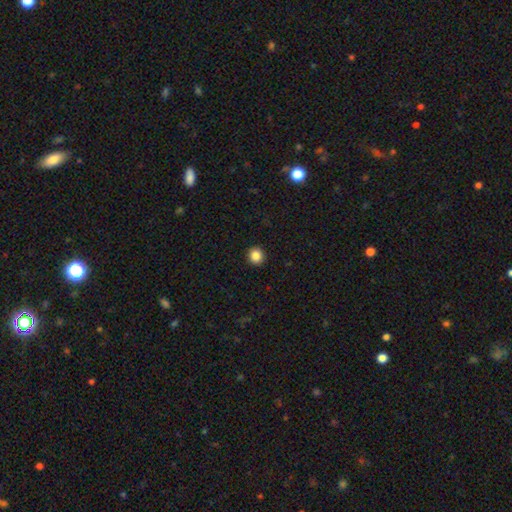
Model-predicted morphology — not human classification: A smooth galaxy with no disk features (86%) that is round (91%).

Vote fractions:
- Smooth or featured? smooth: 86% / star or artifact: 10% / featured or disk: 4%
- How rounded? round: 91% / in between: 8% / cigar-shaped: 1%
- Merging? none: 93% / minor disturbance: 4% / major disturbance: 1% / merger: 1%